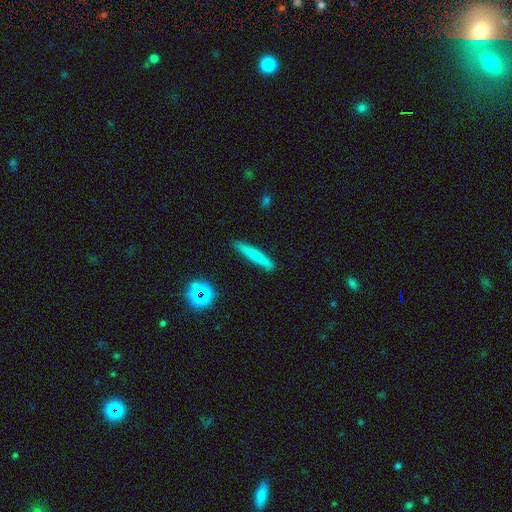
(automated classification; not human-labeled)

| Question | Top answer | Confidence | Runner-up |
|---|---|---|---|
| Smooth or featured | smooth | 71% | featured or disk (21%) |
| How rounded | cigar-shaped | 94% | in between (5%) |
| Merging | none | 88% | minor disturbance (8%) |